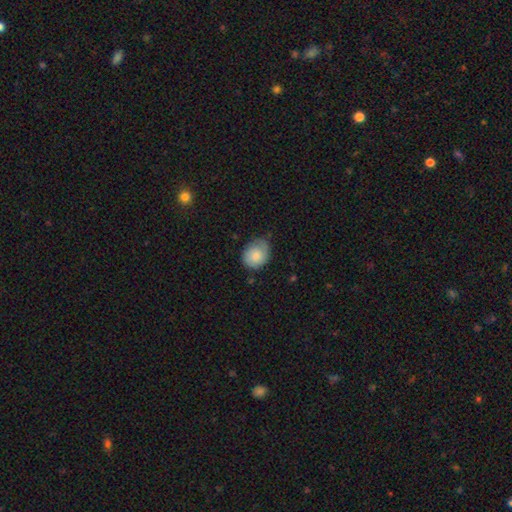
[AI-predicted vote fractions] A smooth galaxy with no disk features (76%) that is round (60%).

Vote fractions:
- Smooth or featured? smooth: 76% / featured or disk: 17% / star or artifact: 7%
- How rounded? round: 60% / in between: 40% / cigar-shaped: 1%
- Merging? none: 60% / minor disturbance: 31% / major disturbance: 7% / merger: 2%